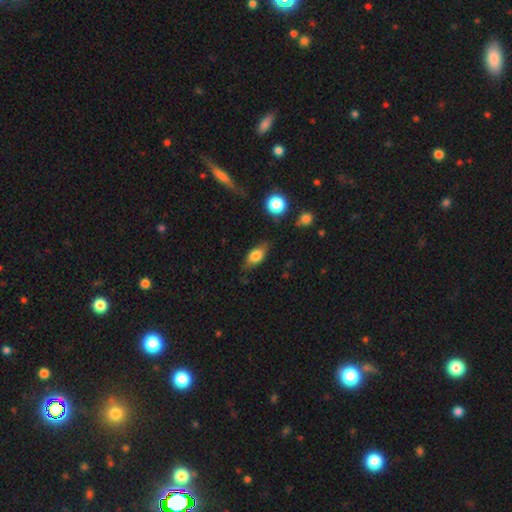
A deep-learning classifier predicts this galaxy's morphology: Smooth or featured?
  - smooth: 73% *
  - featured or disk: 19%
  - star or artifact: 8%
How rounded?
  - in between: 82% *
  - cigar-shaped: 10%
  - round: 8%
Merging?
  - none: 73% *
  - minor disturbance: 19%
  - major disturbance: 5%
  - merger: 2%